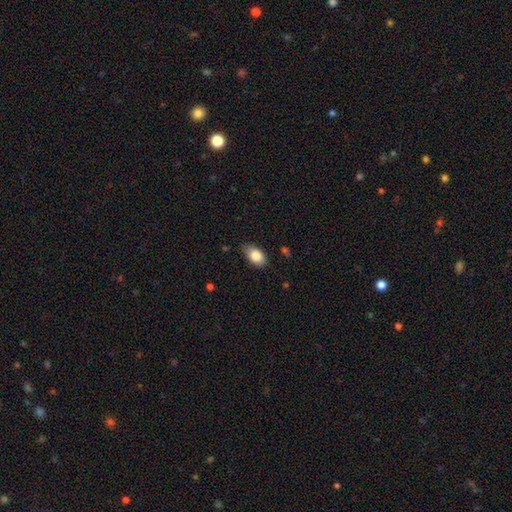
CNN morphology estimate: smooth-or-featured: smooth: 82% | featured or disk: 11% | star or artifact: 7%
  how-rounded: in between: 91% | round: 7% | cigar-shaped: 2%
  merging: none: 74% | minor disturbance: 22% | major disturbance: 3% | merger: 1%